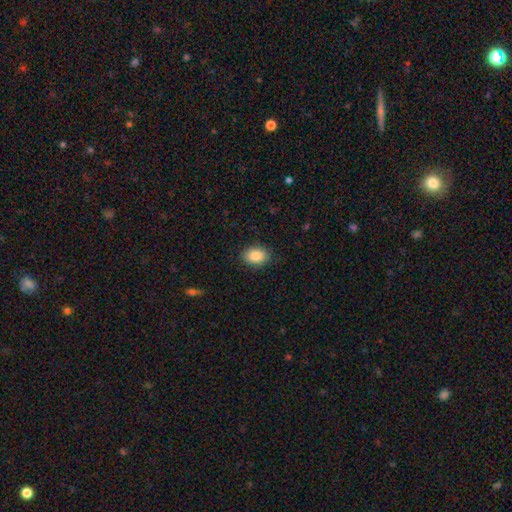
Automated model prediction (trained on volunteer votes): Morphology: type=smooth (88%); roundness=in between (79%); merging=none (86%).